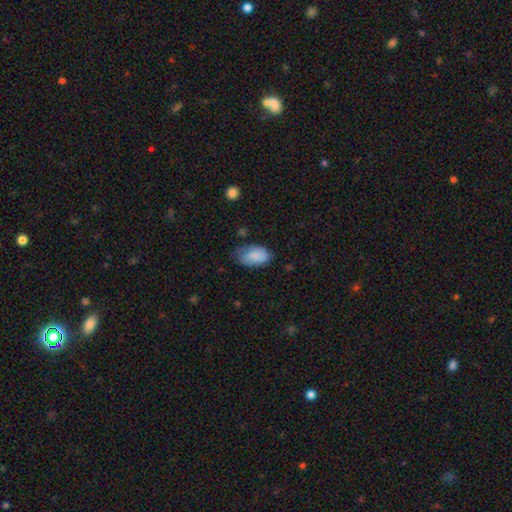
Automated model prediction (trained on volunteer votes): A smooth galaxy with no disk features (83%) that is in between round and cigar-shaped (94%).

Vote fractions:
- Smooth or featured? smooth: 83% / featured or disk: 11% / star or artifact: 7%
- How rounded? in between: 94% / round: 5% / cigar-shaped: 2%
- Merging? none: 49% / minor disturbance: 37% / major disturbance: 12% / merger: 2%